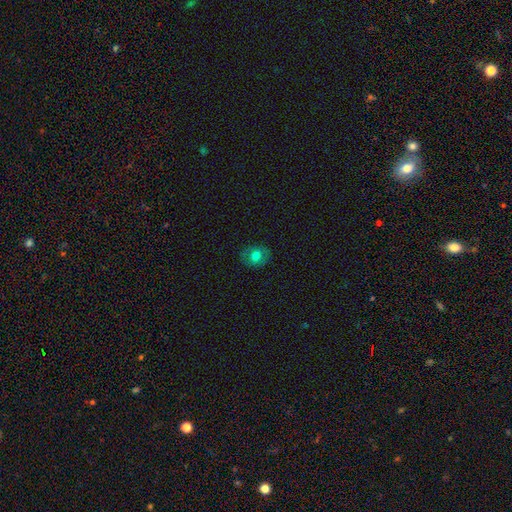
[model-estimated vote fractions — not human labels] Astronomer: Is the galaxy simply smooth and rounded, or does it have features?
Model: smooth — 69%.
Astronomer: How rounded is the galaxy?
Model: round — 64%.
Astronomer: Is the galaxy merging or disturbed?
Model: none — 85%.